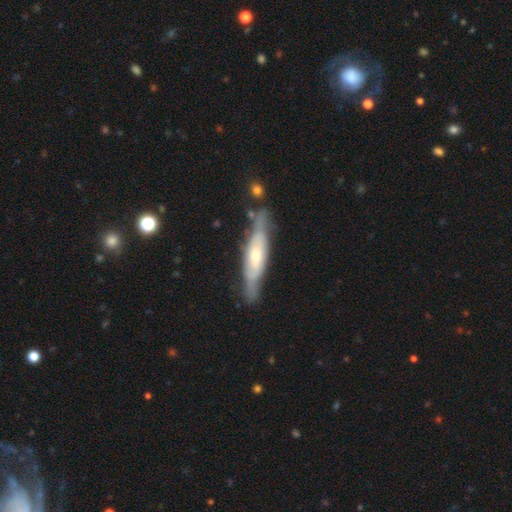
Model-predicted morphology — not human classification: A featured or disk galaxy (66%) viewed edge-on (55%).

Vote fractions:
- Smooth or featured? featured or disk: 66% / smooth: 28% / star or artifact: 6%
- Edge-on disk? yes: 55% / no: 45%
- Merging? none: 73% / minor disturbance: 18% / major disturbance: 5% / merger: 4%